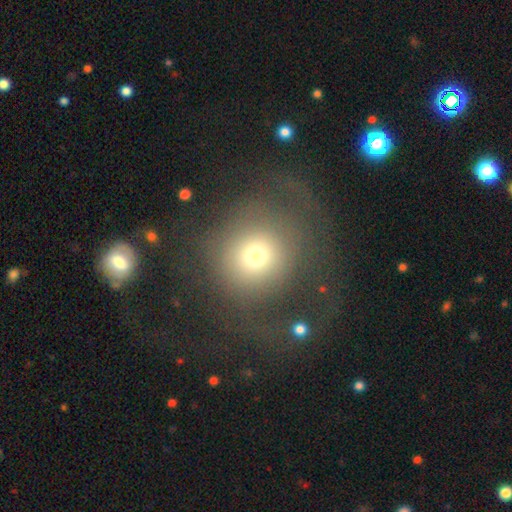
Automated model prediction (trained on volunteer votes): smooth 66%, featured or disk 20%, star or artifact 14%. Down the decision tree: how rounded — round (89%); merging — none (45%).